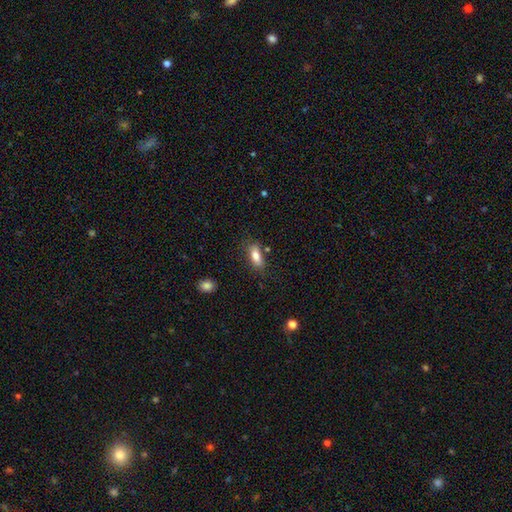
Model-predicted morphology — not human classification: Overall: smooth (81%). How rounded: in between (78%). Merging: none (72%).